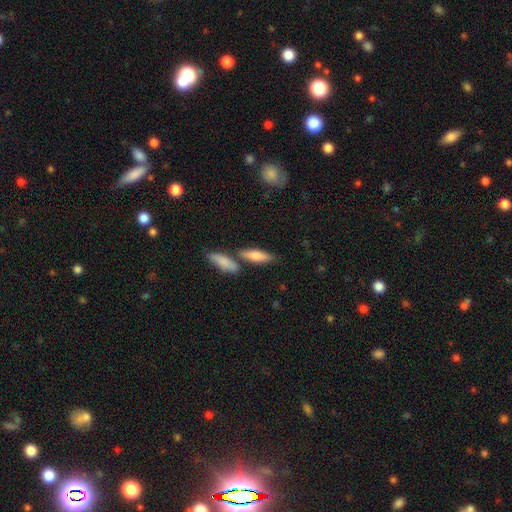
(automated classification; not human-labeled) A smooth galaxy with no disk features (74%) that is cigar-shaped (52%).

Vote fractions:
- Smooth or featured? smooth: 74% / featured or disk: 20% / star or artifact: 6%
- How rounded? cigar-shaped: 52% / in between: 46% / round: 3%
- Merging? none: 64% / merger: 22% / minor disturbance: 11% / major disturbance: 3%